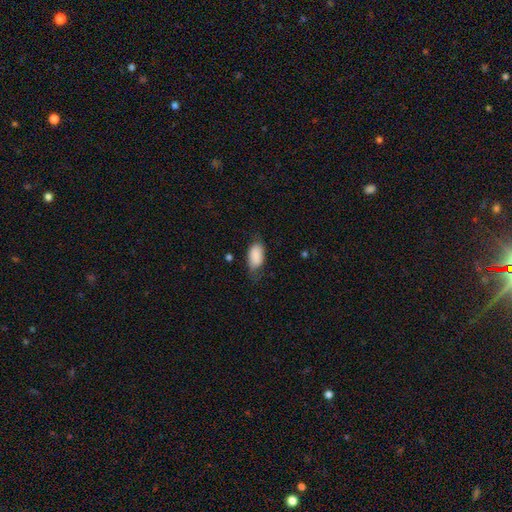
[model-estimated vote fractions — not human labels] smooth 84%, featured or disk 10%, star or artifact 7%. Down the decision tree: how rounded — in between (92%); merging — none (54%).